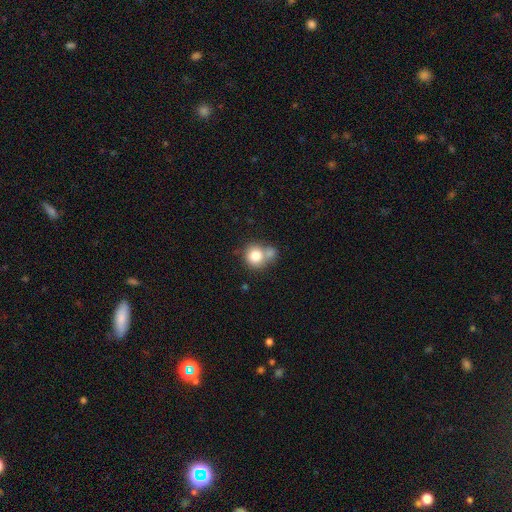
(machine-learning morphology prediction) Smooth or featured? Predicted: smooth (p=0.80). How rounded? Predicted: round (p=0.85). Merging? Predicted: none (p=0.43).